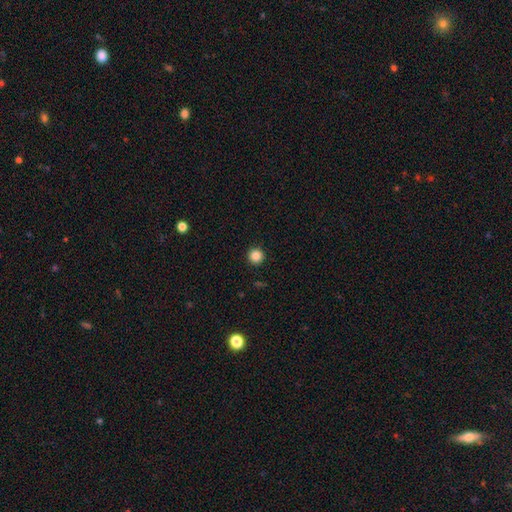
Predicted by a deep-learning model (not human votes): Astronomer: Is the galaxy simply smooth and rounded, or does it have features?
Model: smooth — 84%.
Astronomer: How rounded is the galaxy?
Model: round — 96%.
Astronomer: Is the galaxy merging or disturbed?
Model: none — 93%.